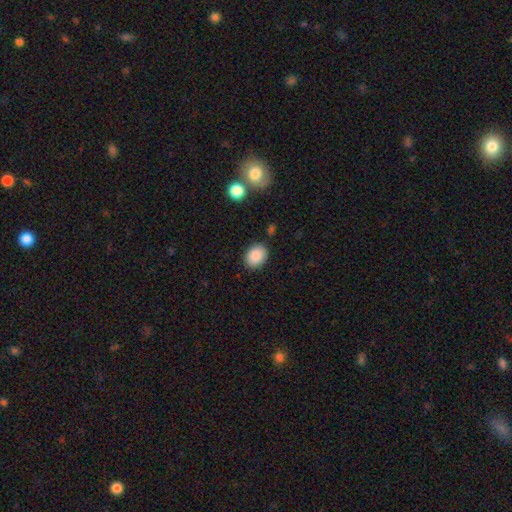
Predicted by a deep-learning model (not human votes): Morphology: type=smooth (87%); roundness=in between (65%); merging=none (86%).